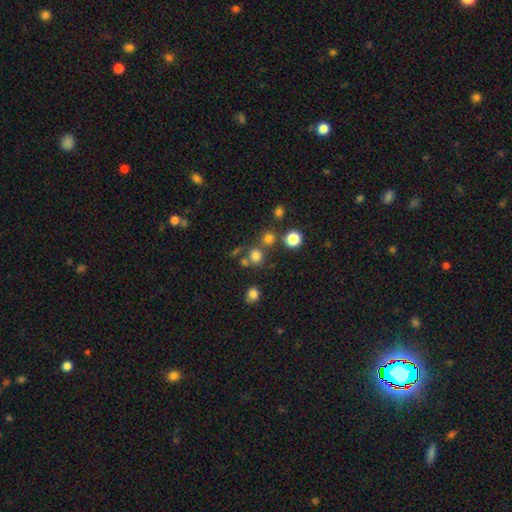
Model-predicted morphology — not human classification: This is likely a smooth galaxy (74%). How rounded: clearly round (86%). Merging: likely none (66%).